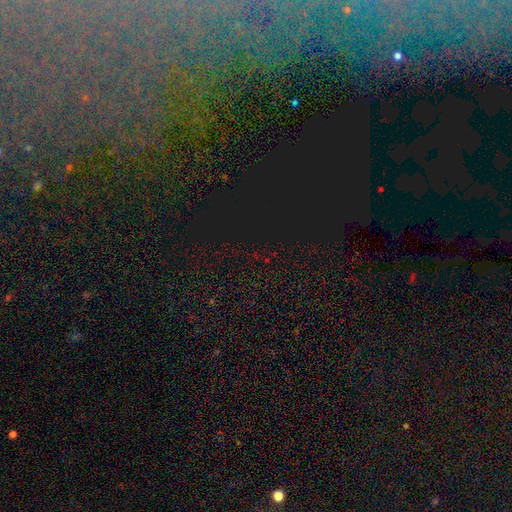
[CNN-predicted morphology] Smooth or featured: star or artifact — 79% (smooth — 14%)